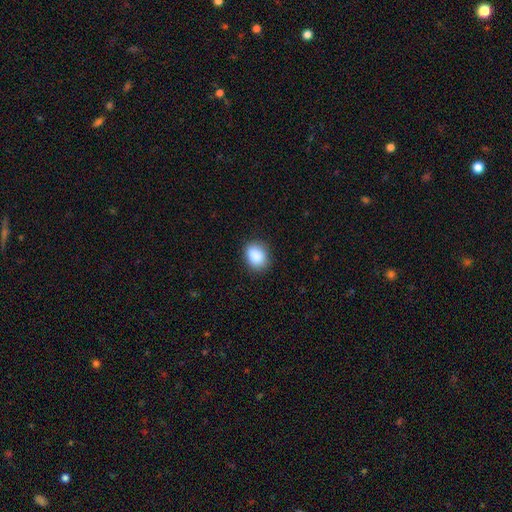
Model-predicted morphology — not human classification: type=smooth (88%); roundness=in between (63%); merging=none (83%).